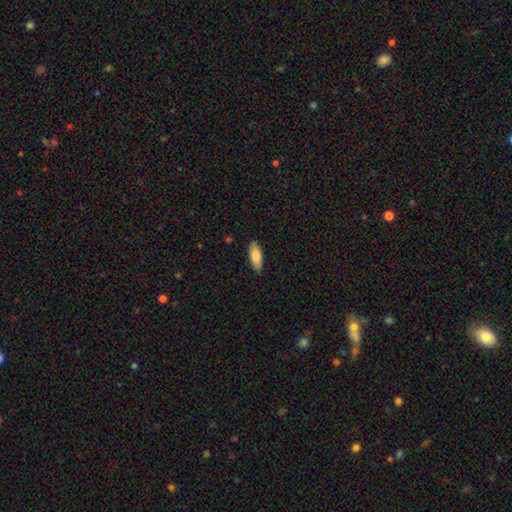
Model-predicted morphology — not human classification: This appears to be a smooth galaxy with no disk features (79%) that is in between round and cigar-shaped (72%). Merging: none (87%).